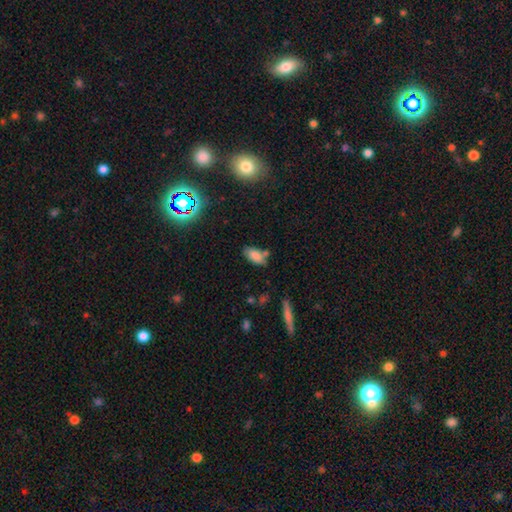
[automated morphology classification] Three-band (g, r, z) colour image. It shows a smooth galaxy with no disk features (82%) that is in between round and cigar-shaped (89%). Merging: none (57%).